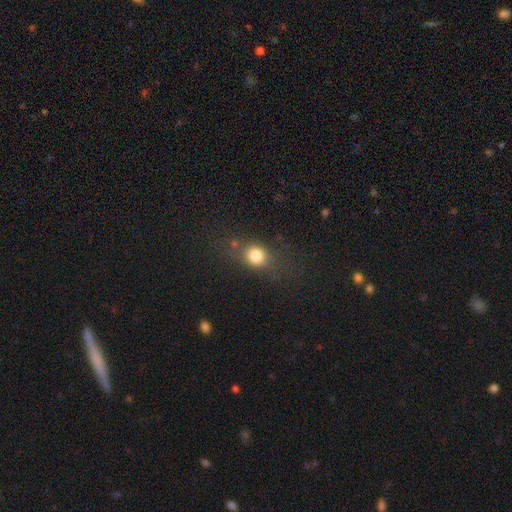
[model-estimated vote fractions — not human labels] The model was most divided on "how rounded": round: 63%, in between: 35%, cigar-shaped: 2%. More confident: smooth or featured — smooth (80%); merging — none (68%).